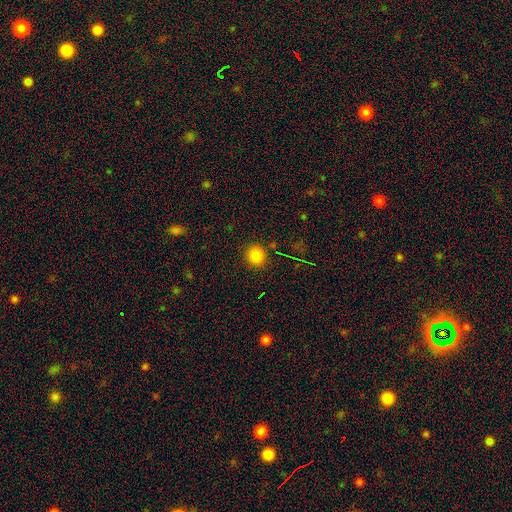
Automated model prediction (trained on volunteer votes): Smooth or featured?
  - smooth: 82% *
  - star or artifact: 13%
  - featured or disk: 5%
How rounded?
  - round: 91% *
  - in between: 8%
  - cigar-shaped: 1%
Merging?
  - none: 89% *
  - minor disturbance: 7%
  - major disturbance: 2%
  - merger: 2%